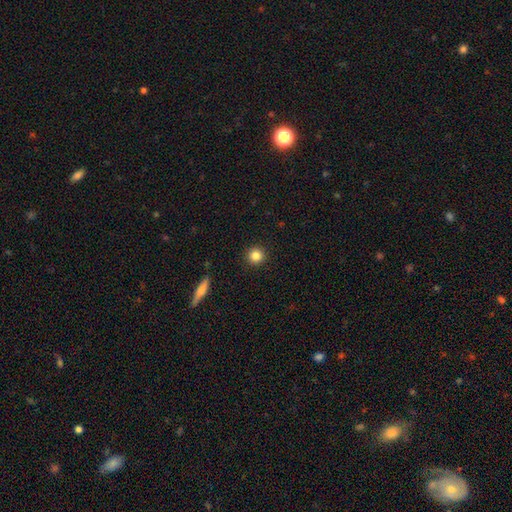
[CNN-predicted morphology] smooth 84%, star or artifact 11%, featured or disk 6%. Down the decision tree: how rounded — round (95%); merging — none (92%).